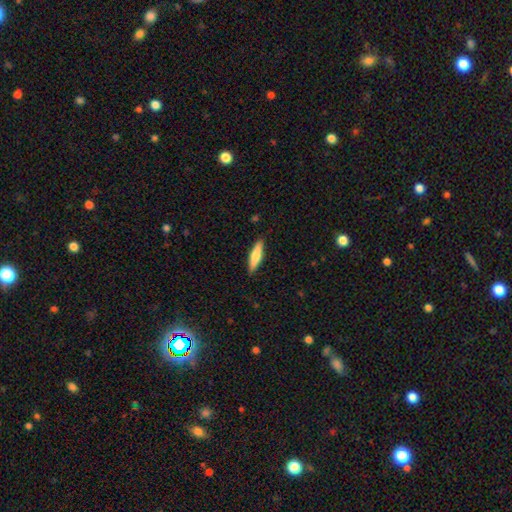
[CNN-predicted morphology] Smooth or featured: smooth — 69% (featured or disk — 25%)
How rounded: cigar-shaped — 77% (in between — 22%)
Merging: none — 88% (minor disturbance — 9%)